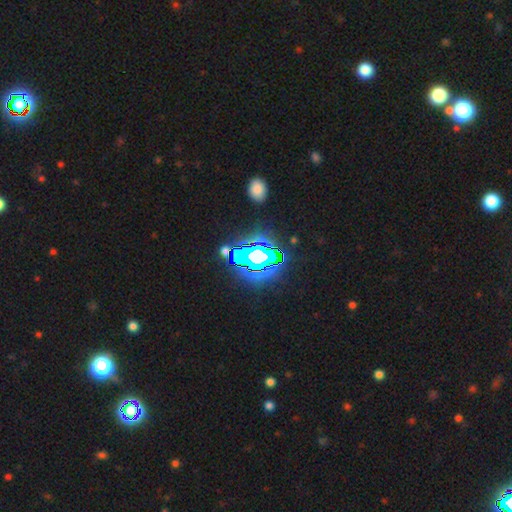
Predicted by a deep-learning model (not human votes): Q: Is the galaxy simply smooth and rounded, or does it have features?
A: star or artifact — 66%.